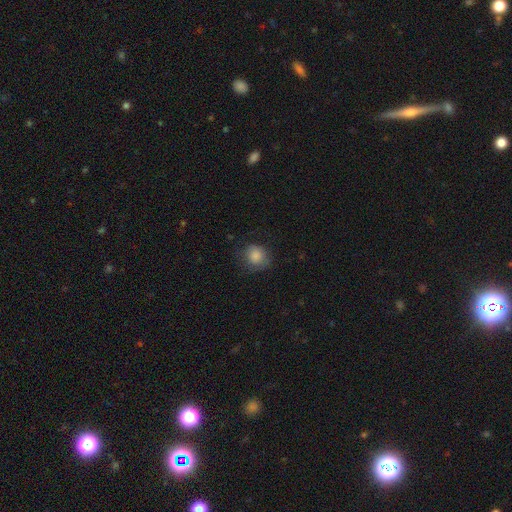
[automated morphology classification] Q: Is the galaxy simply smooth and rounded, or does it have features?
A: smooth — 84%.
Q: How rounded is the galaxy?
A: round — 82%.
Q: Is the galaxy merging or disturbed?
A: none — 69%.